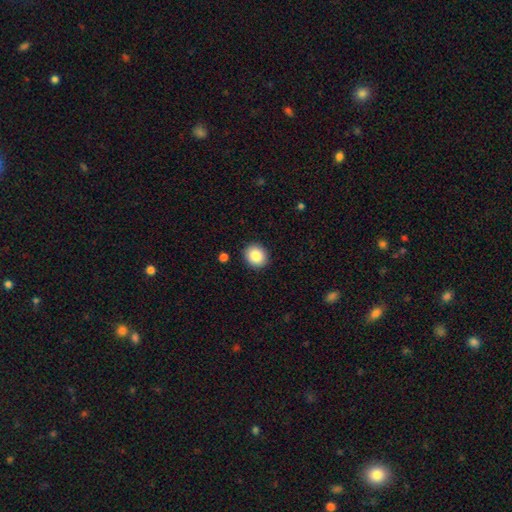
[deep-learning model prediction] Smooth or featured? Predicted: smooth (p=0.86). How rounded? Predicted: round (p=0.76). Merging? Predicted: none (p=0.90).